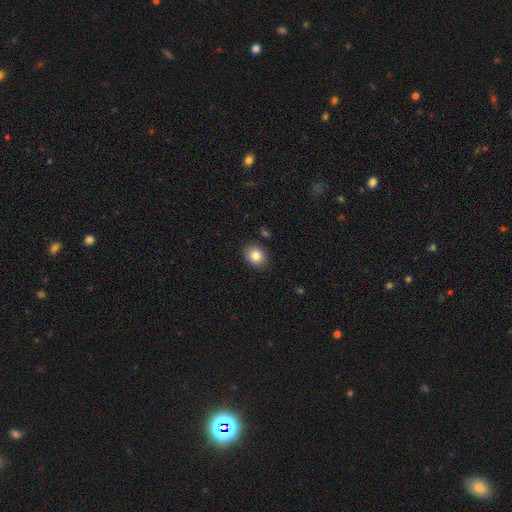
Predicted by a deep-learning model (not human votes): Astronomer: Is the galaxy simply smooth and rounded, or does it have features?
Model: smooth — 83%.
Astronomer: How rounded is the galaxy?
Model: round — 59% (runner-up: in between, 41%).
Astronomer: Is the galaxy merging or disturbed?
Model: none — 88%.